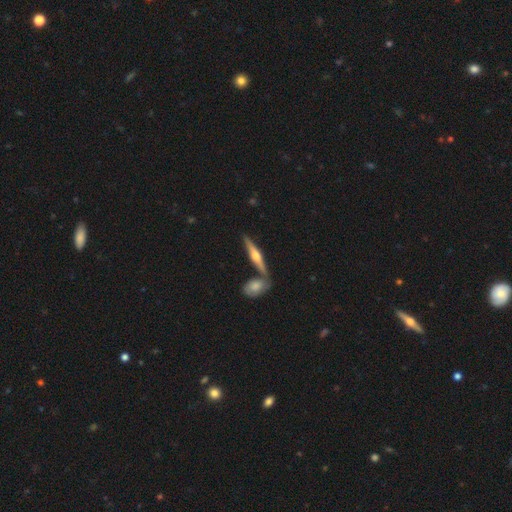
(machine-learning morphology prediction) smooth_or_featured: featured or disk (p=0.70) [alt: smooth p=0.25]
disk_edge_on: yes (p=0.97) [alt: no p=0.03]
edge_on_bulge: rounded (p=0.92) [alt: boxy p=0.05]
merging: none (p=0.74) [alt: merger p=0.15]